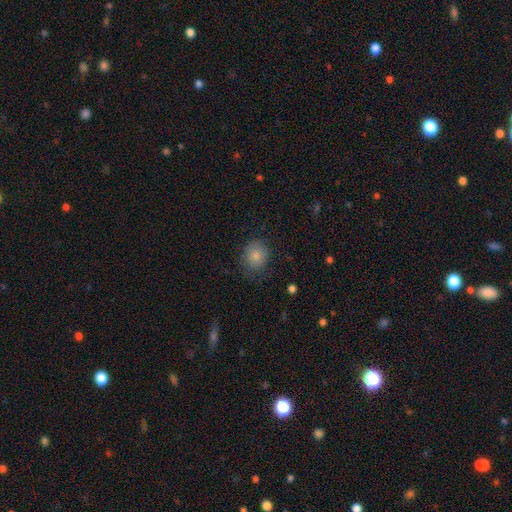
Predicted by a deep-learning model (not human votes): Morphology: type=smooth (83%); roundness=round (71%); merging=none (73%).